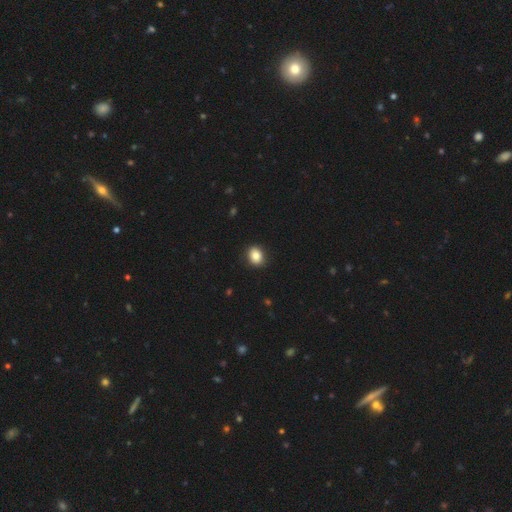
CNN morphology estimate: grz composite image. It shows a smooth galaxy with no disk features (84%) that is round (53%). Merging: none (89%).